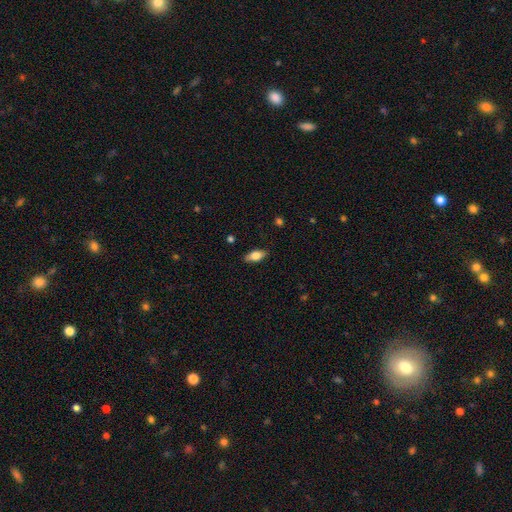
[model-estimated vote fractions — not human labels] Q: Smooth or featured?
A: smooth (74%); runner-up: featured or disk (20%)
Q: How rounded?
A: in between (85%); runner-up: cigar-shaped (12%)
Q: Merging?
A: none (86%); runner-up: minor disturbance (10%)